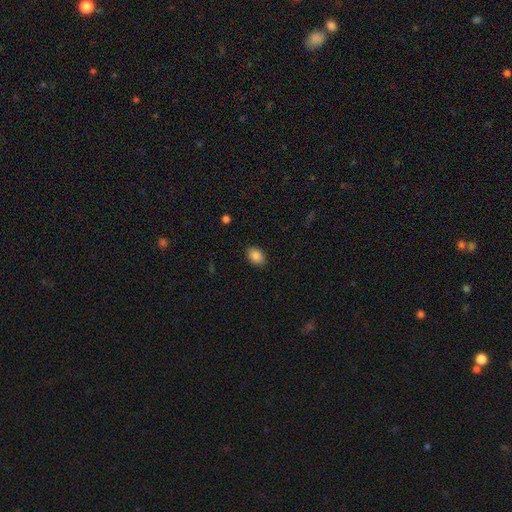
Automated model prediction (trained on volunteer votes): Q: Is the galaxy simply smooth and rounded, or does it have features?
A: smooth — 87%.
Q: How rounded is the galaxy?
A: in between — 80%.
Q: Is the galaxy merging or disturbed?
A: none — 88%.